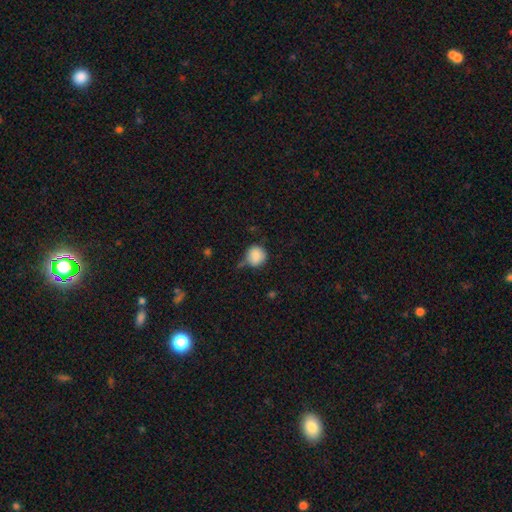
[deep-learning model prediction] smooth-or-featured: smooth: 87% | star or artifact: 9% | featured or disk: 4%
  how-rounded: round: 91% | in between: 8% | cigar-shaped: 1%
  merging: none: 63% | minor disturbance: 25% | major disturbance: 6% | merger: 6%